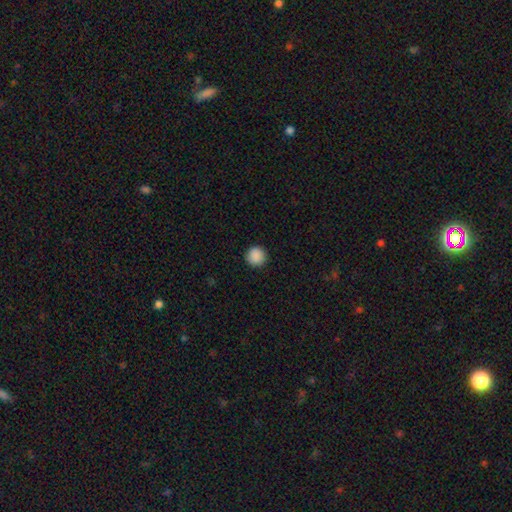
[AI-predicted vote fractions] A smooth galaxy with no disk features (89%) that is round (95%). Merging: none (92%).